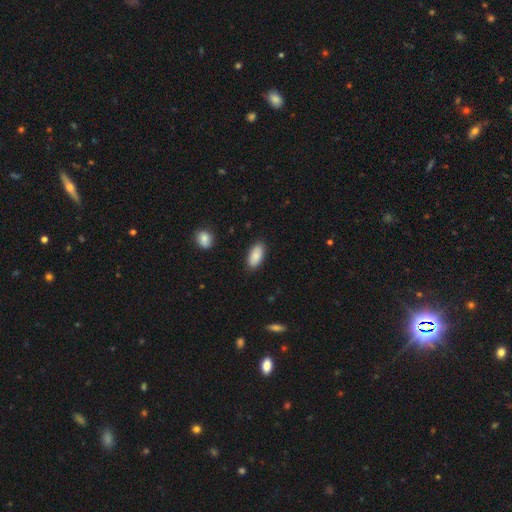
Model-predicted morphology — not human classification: Smooth or featured? smooth (87%)
How rounded? in between (90%)
Merging? none (87%)